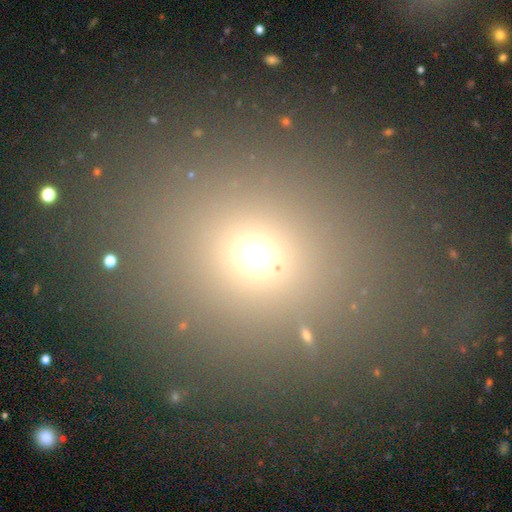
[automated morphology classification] Overall: smooth (63%; star or artifact 29%). How rounded: round (76%). Merging: none (82%).